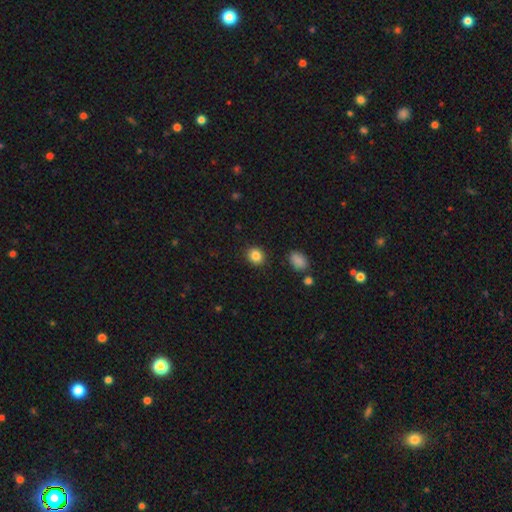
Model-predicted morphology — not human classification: Smooth or featured: smooth — 86% (star or artifact — 10%)
How rounded: round — 73% (in between — 27%)
Merging: none — 89% (minor disturbance — 7%)